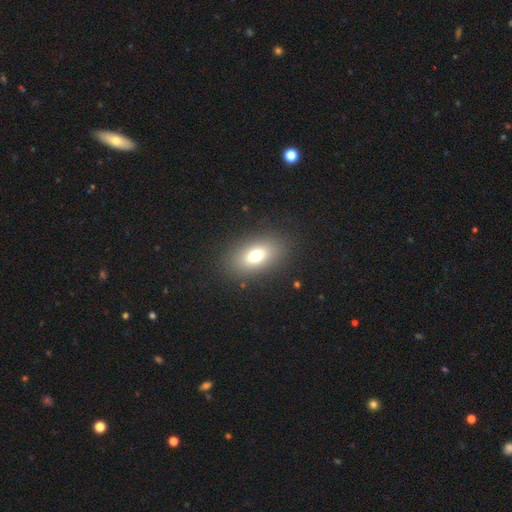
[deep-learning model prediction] The model was most divided on "smooth or featured": smooth: 73%, featured or disk: 15%, star or artifact: 11%. More confident: merging — none (87%); how rounded — in between (87%).